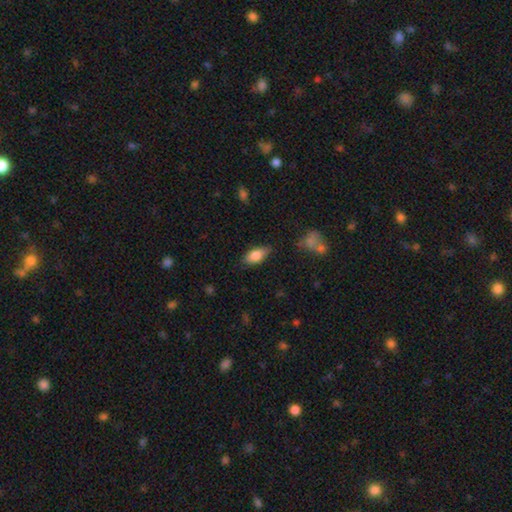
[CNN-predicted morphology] Smooth or featured? smooth (80%)
How rounded? in between (88%)
Merging? none (76%)